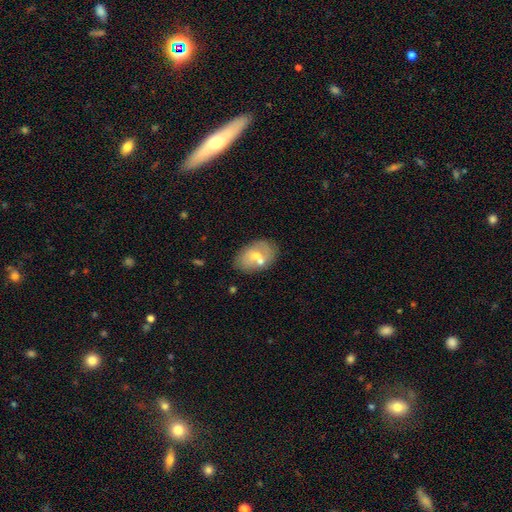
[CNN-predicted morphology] Smooth or featured? Predicted: smooth (p=0.51). How rounded? Predicted: in between (p=0.86). Merging? Predicted: none (p=0.57).